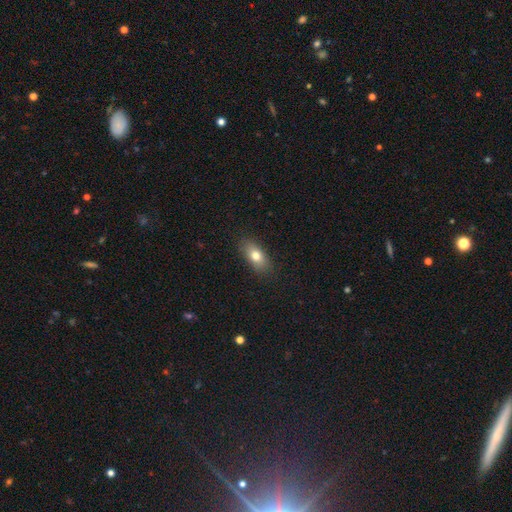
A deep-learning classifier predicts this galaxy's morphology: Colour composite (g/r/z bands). It shows a smooth galaxy with no disk features (75%) that is in between round and cigar-shaped (82%). Merging: none (85%).